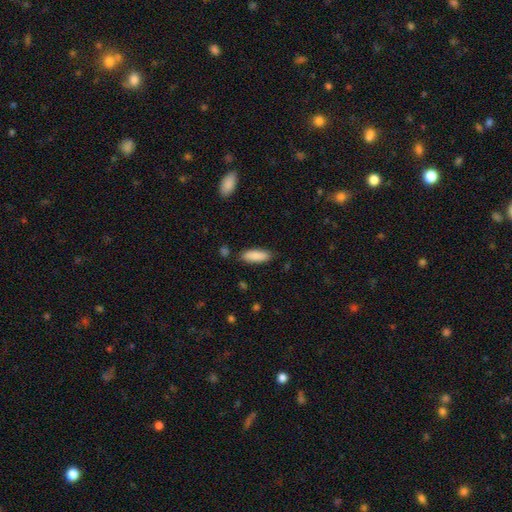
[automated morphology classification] A smooth galaxy with no disk features (88%) that is in between round and cigar-shaped (65%). Merging: none (84%).